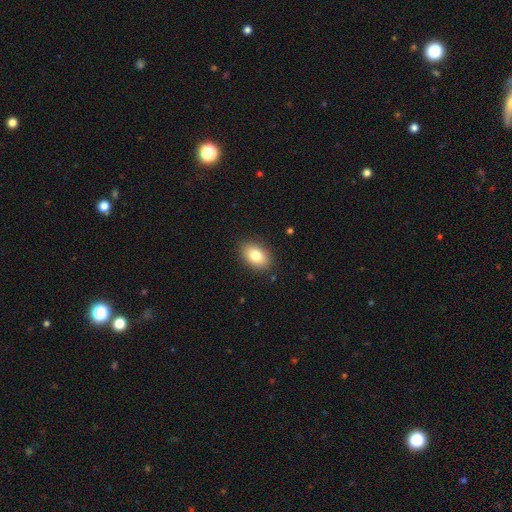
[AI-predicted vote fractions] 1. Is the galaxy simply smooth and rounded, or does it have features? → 81% smooth, 11% featured or disk, 8% star or artifact.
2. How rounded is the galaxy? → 84% in between, 14% round, 1% cigar-shaped.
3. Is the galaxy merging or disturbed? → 87% none, 9% minor disturbance, 2% major disturbance, 1% merger.